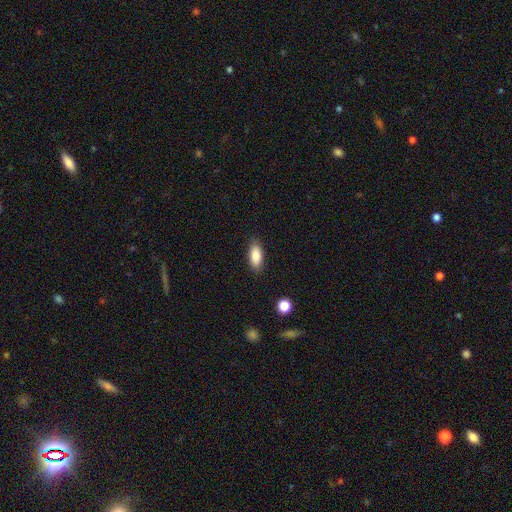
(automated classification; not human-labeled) This appears to be a smooth galaxy with no disk features (83%) that is in between round and cigar-shaped (85%). Merging: none (84%).